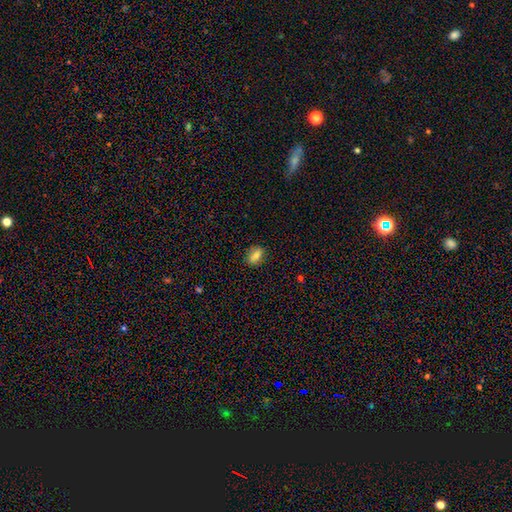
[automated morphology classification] The model was most divided on "how rounded": in between: 70%, round: 26%, cigar-shaped: 4%. More confident: merging — none (85%); smooth or featured — smooth (75%).